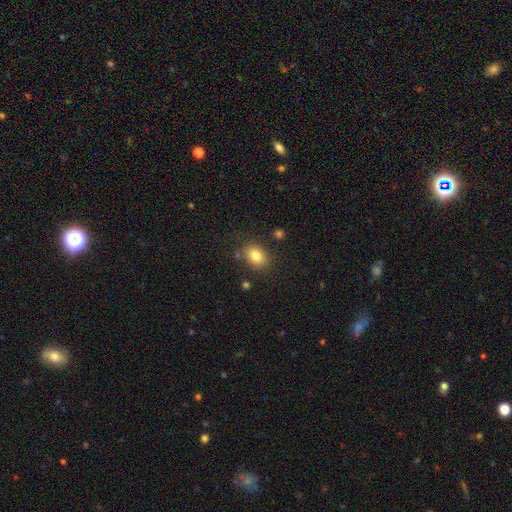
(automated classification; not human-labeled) Smooth or featured? Predicted: smooth (p=0.82). How rounded? Predicted: in between (p=0.66). Merging? Predicted: none (p=0.79).